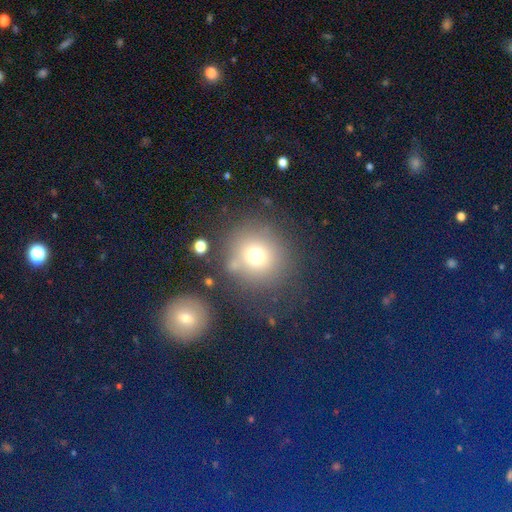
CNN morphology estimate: Q: Smooth or featured?
A: smooth (70%); runner-up: star or artifact (17%)
Q: How rounded?
A: round (89%); runner-up: in between (10%)
Q: Merging?
A: none (72%); runner-up: minor disturbance (13%)